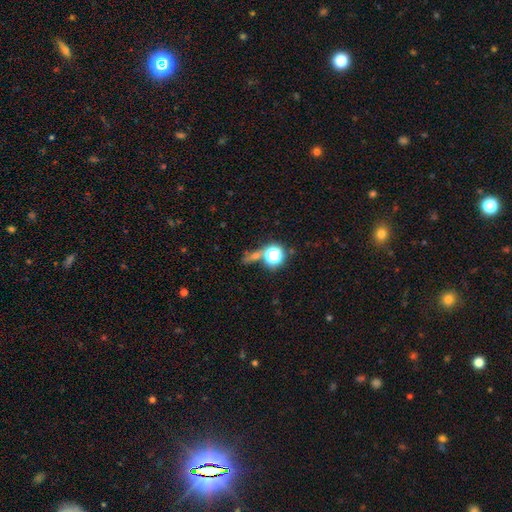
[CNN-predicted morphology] Q: Smooth or featured?
A: star or artifact (55%); runner-up: smooth (33%)